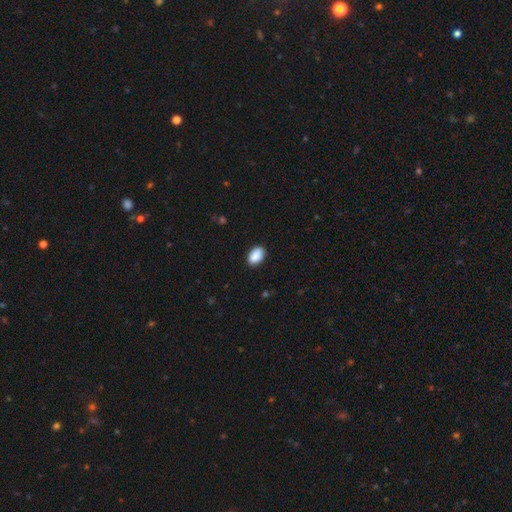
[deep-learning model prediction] Smooth or featured: smooth — 90% (star or artifact — 7%)
How rounded: in between — 92% (round — 7%)
Merging: none — 87% (minor disturbance — 10%)